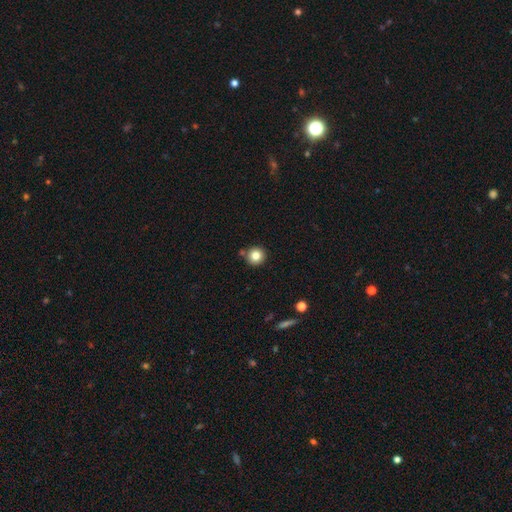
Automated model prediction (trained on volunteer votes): Overall: smooth (83%). How rounded: round (94%). Merging: none (82%).